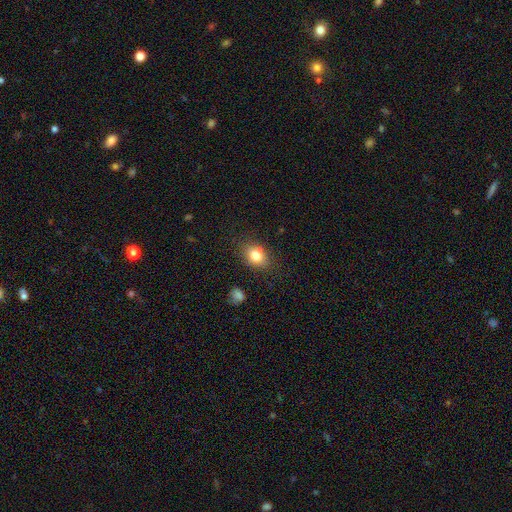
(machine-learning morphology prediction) The model was most divided on "how rounded": in between: 60%, round: 39%, cigar-shaped: 1%. More confident: smooth or featured — smooth (81%); merging — none (79%).